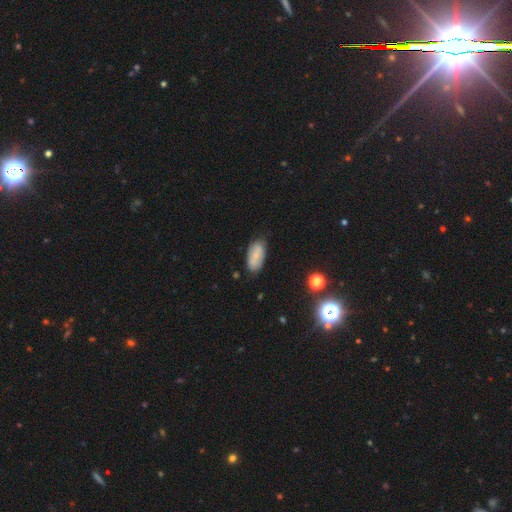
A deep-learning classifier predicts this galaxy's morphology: smooth_or_featured: smooth (p=0.68) [alt: featured or disk p=0.24]
how_rounded: in between (p=0.92) [alt: cigar-shaped p=0.05]
merging: none (p=0.74) [alt: minor disturbance p=0.19]